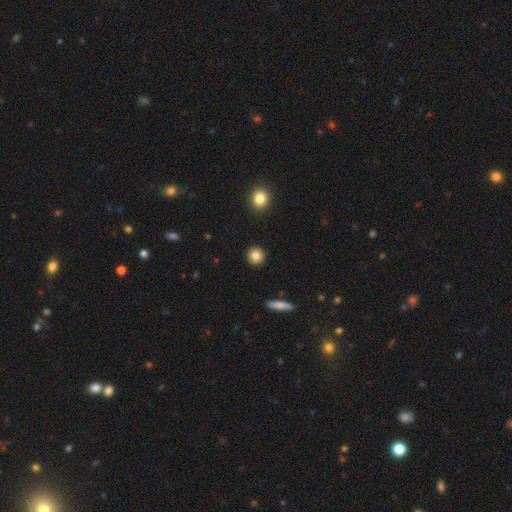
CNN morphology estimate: Smooth or featured?
  - smooth: 84% *
  - star or artifact: 9%
  - featured or disk: 7%
How rounded?
  - round: 94% *
  - in between: 5%
  - cigar-shaped: 1%
Merging?
  - none: 93% *
  - minor disturbance: 4%
  - major disturbance: 2%
  - merger: 1%